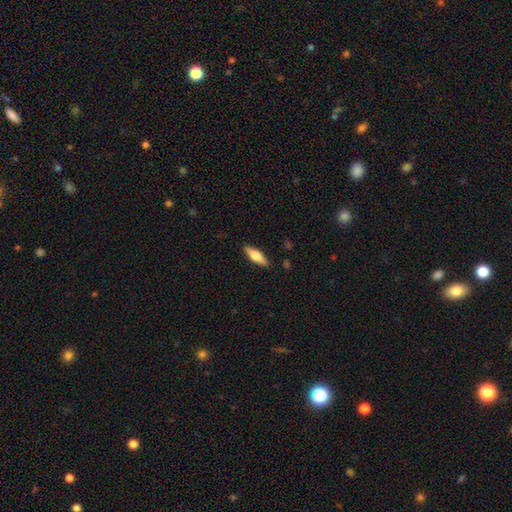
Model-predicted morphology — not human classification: Smooth or featured? smooth (53%)
How rounded? cigar-shaped (50%)
Merging? none (89%)